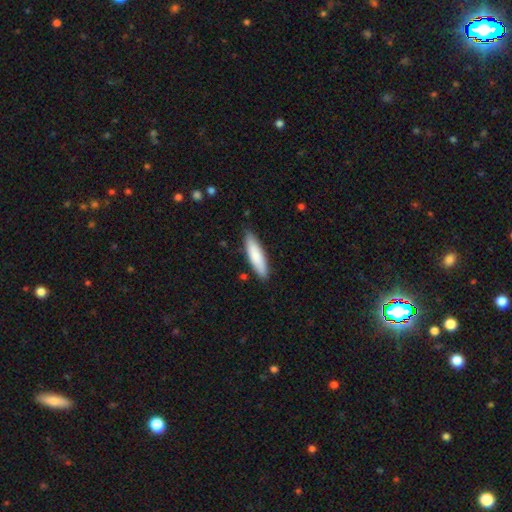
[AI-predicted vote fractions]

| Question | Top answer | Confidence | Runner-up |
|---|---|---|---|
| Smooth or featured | smooth | 82% | featured or disk (13%) |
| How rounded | cigar-shaped | 70% | in between (28%) |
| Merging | none | 85% | minor disturbance (12%) |